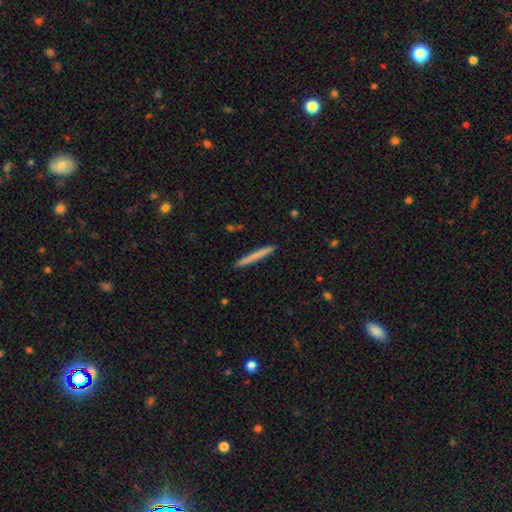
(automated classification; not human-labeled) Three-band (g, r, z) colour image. It shows a smooth galaxy with no disk features (69%) that is cigar-shaped (97%). Merging: none (92%).